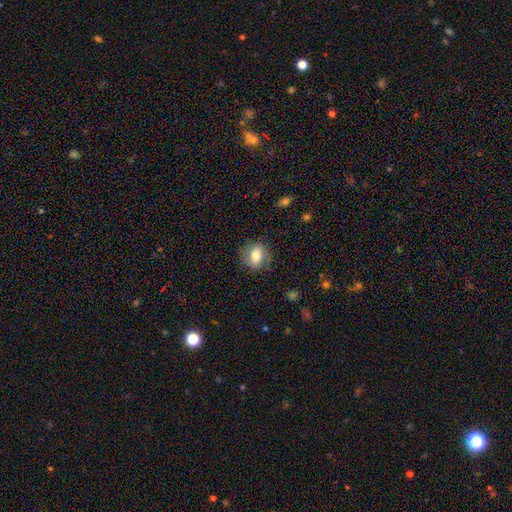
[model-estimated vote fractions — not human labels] Smooth or featured?
  - smooth: 75% *
  - featured or disk: 17%
  - star or artifact: 8%
How rounded?
  - round: 50% *
  - in between: 48%
  - cigar-shaped: 2%
Merging?
  - none: 81% *
  - minor disturbance: 14%
  - major disturbance: 4%
  - merger: 1%